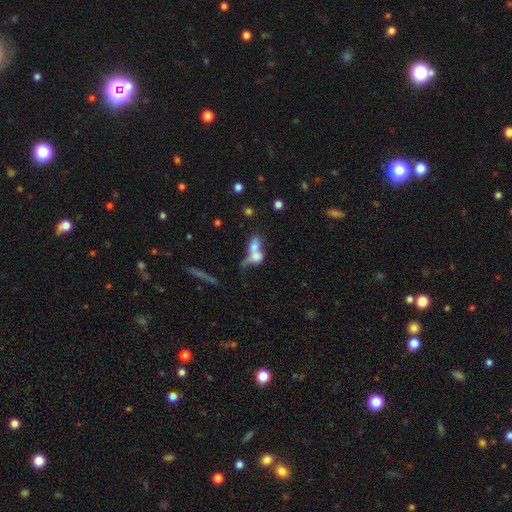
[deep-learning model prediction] This appears to be a smooth galaxy with no disk features (64%) that is in between round and cigar-shaped (59%). Merging: merger (71%).